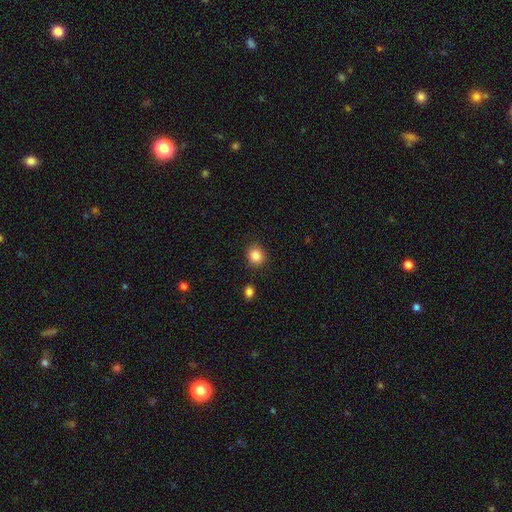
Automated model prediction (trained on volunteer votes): A smooth galaxy with no disk features (85%) that is round (75%). Merging: none (88%).